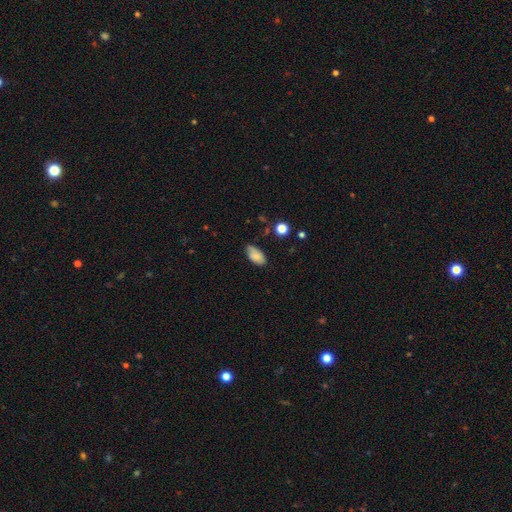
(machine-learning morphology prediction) This appears to be a smooth galaxy with no disk features (82%) that is in between round and cigar-shaped (93%). Merging: none (71%).